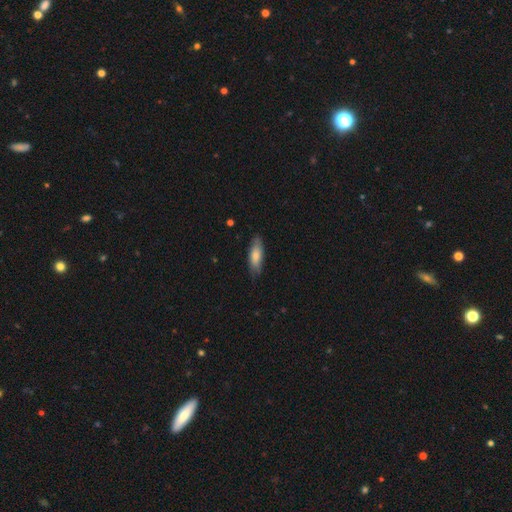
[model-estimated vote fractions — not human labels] Smooth or featured: smooth — 77% (featured or disk — 17%)
How rounded: in between — 59% (cigar-shaped — 39%)
Merging: none — 80% (minor disturbance — 16%)